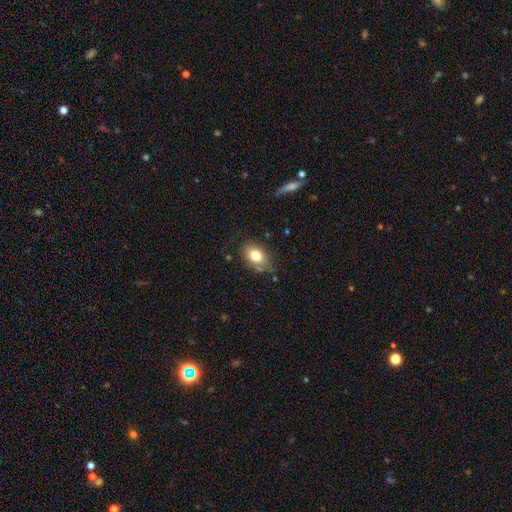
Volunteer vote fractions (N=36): smooth-or-featured: smooth: 94% | featured or disk: 6% | star or artifact: 0%
  how-rounded: in between: 85% | round: 15% | cigar-shaped: 0%
  merging: none: 75% | minor disturbance: 19% | merger: 6% | major disturbance: 0%